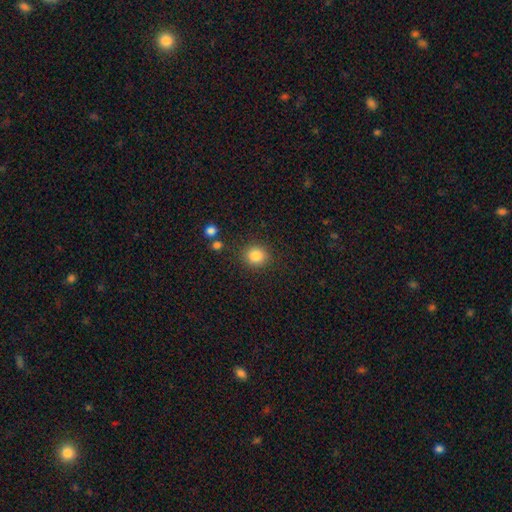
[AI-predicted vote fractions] Morphology: type=smooth (85%); roundness=round (84%); merging=none (87%).